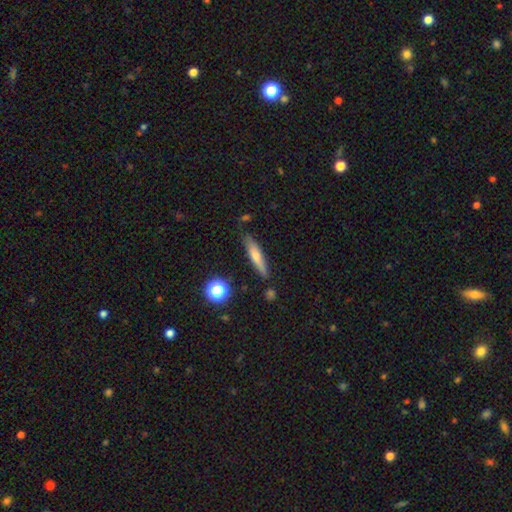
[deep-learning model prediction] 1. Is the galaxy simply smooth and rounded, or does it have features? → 57% smooth, 35% featured or disk, 8% star or artifact.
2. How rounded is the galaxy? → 86% cigar-shaped, 11% in between, 2% round.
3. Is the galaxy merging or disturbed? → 82% none, 12% minor disturbance, 3% merger, 3% major disturbance.